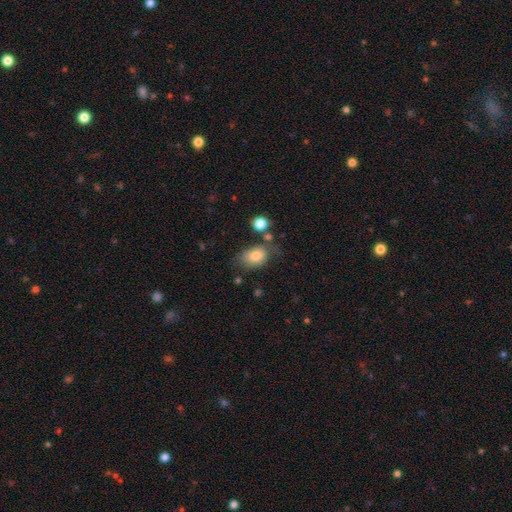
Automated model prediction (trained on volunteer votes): smooth_or_featured: smooth (p=0.79) [alt: featured or disk p=0.12]
how_rounded: in between (p=0.78) [alt: round p=0.21]
merging: none (p=0.55) [alt: minor disturbance p=0.25]